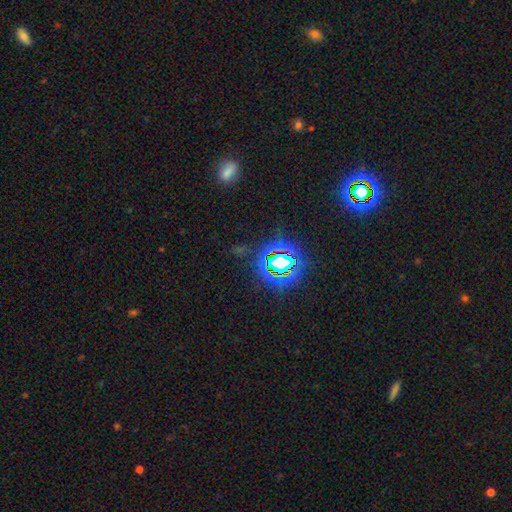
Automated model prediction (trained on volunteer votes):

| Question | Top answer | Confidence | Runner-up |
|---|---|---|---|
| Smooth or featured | star or artifact | 78% | smooth (14%) |